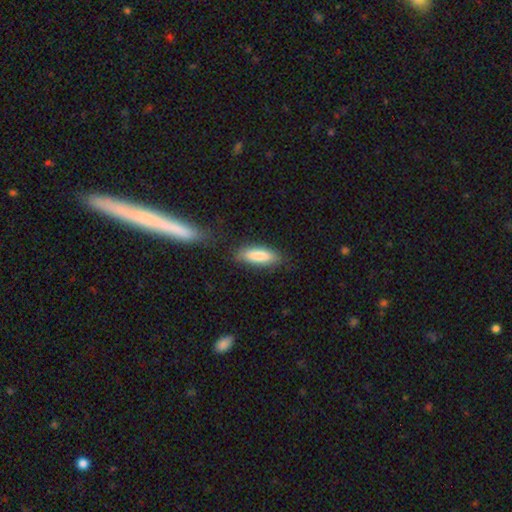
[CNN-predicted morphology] smooth-or-featured: smooth: 85% | featured or disk: 9% | star or artifact: 6%
  how-rounded: in between: 52% | cigar-shaped: 46% | round: 2%
  merging: none: 72% | minor disturbance: 16% | merger: 7% | major disturbance: 4%